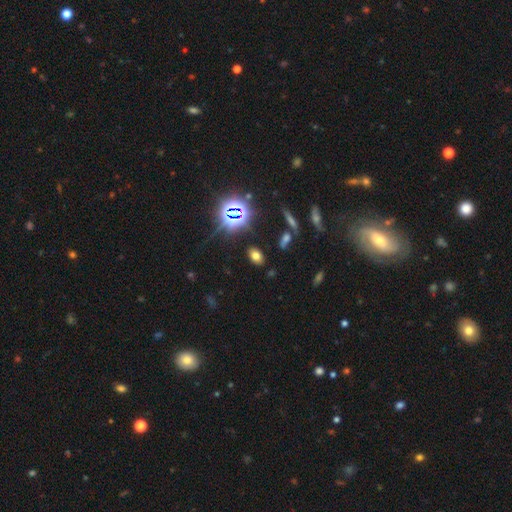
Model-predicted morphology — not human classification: Smooth or featured? Predicted: smooth (p=0.63). How rounded? Predicted: in between (p=0.85). Merging? Predicted: none (p=0.86).